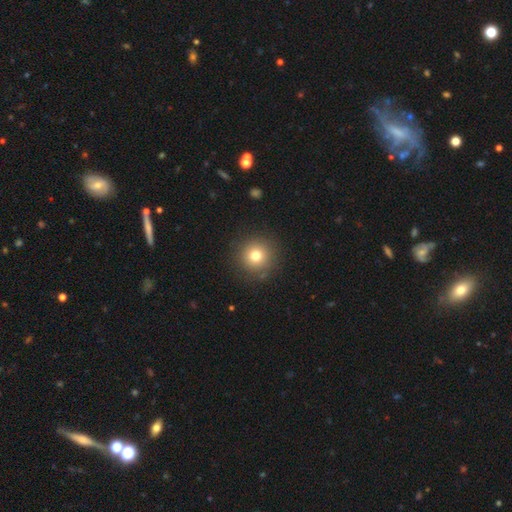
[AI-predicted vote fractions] A smooth galaxy with no disk features (76%) that is round (94%).

Vote fractions:
- Smooth or featured? smooth: 76% / star or artifact: 13% / featured or disk: 11%
- How rounded? round: 94% / in between: 5% / cigar-shaped: 1%
- Merging? none: 87% / minor disturbance: 8% / major disturbance: 3% / merger: 1%